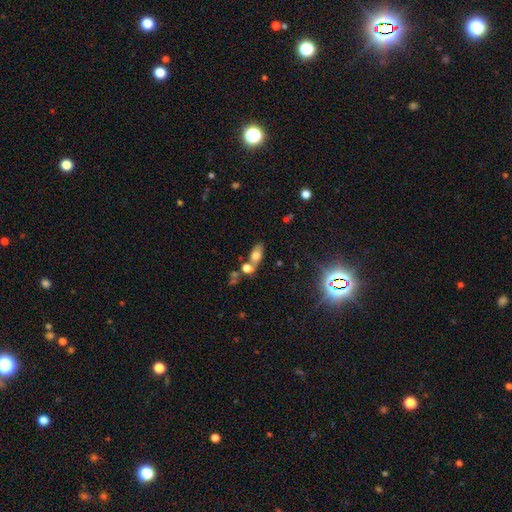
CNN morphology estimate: Overall: smooth (66%). How rounded: in between (81%). Merging: merger (42%, tied with none).